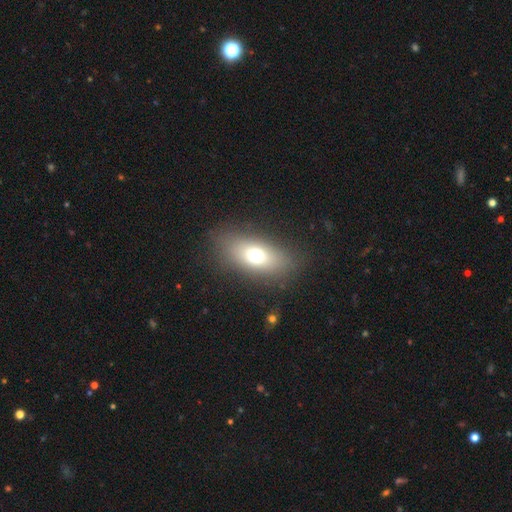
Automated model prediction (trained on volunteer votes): smooth_or_featured: smooth (p=0.68) [alt: featured or disk p=0.19]
how_rounded: in between (p=0.79) [alt: round p=0.13]
merging: none (p=0.83) [alt: minor disturbance p=0.10]